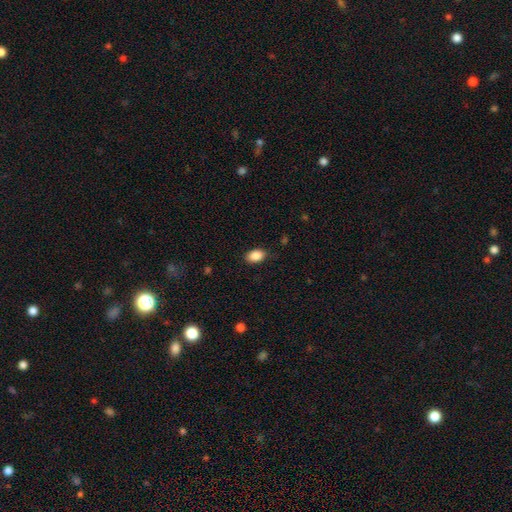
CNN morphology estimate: smooth_or_featured: smooth (p=0.89) [alt: star or artifact p=0.08]
how_rounded: in between (p=0.89) [alt: round p=0.10]
merging: none (p=0.85) [alt: minor disturbance p=0.12]